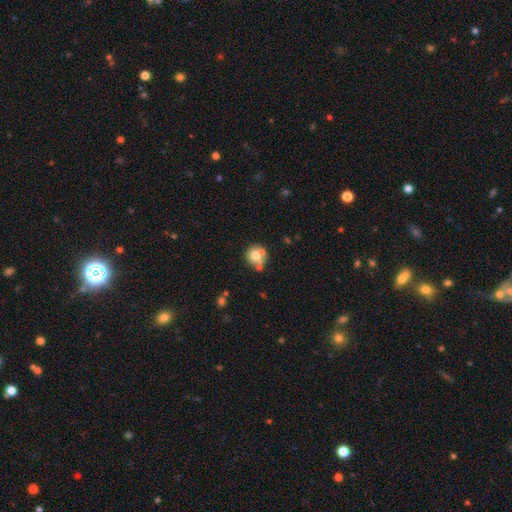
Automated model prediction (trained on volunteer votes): smooth_or_featured: smooth (p=0.67) [alt: featured or disk p=0.22]
how_rounded: round (p=0.87) [alt: in between p=0.12]
merging: none (p=0.55) [alt: merger p=0.30]